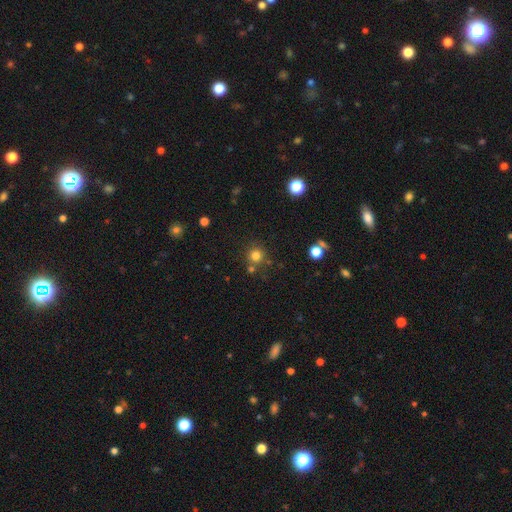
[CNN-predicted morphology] smooth-or-featured: smooth: 78% | star or artifact: 16% | featured or disk: 6%
  how-rounded: round: 93% | in between: 6% | cigar-shaped: 1%
  merging: none: 78% | merger: 10% | minor disturbance: 9% | major disturbance: 3%